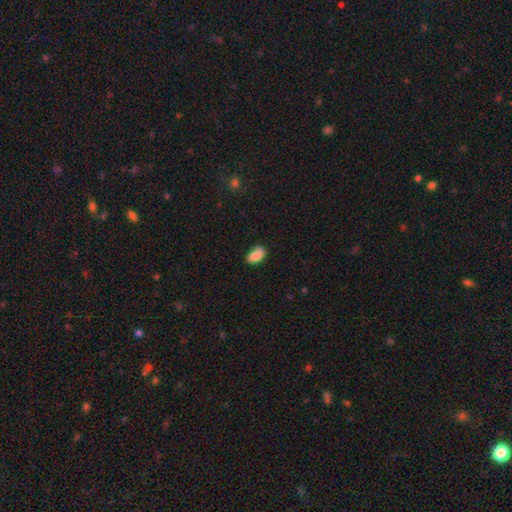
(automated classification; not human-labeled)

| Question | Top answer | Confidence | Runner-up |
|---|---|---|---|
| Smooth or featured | smooth | 84% | featured or disk (8%) |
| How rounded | in between | 90% | round (8%) |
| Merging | none | 58% | minor disturbance (32%) |